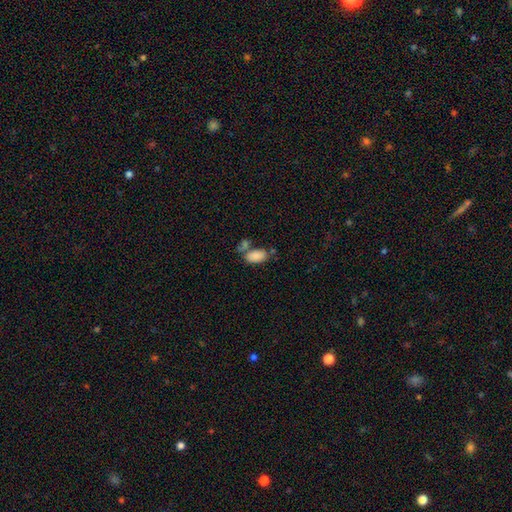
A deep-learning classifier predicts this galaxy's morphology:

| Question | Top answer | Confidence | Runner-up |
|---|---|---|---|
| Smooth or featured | smooth | 86% | star or artifact (7%) |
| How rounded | in between | 94% | round (4%) |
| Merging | none | 52% | merger (28%) |